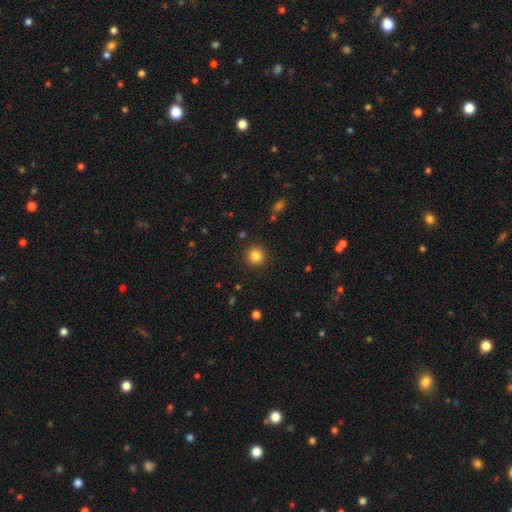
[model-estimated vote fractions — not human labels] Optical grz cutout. It shows a smooth galaxy with no disk features (84%) that is round (94%). Merging: none (91%).